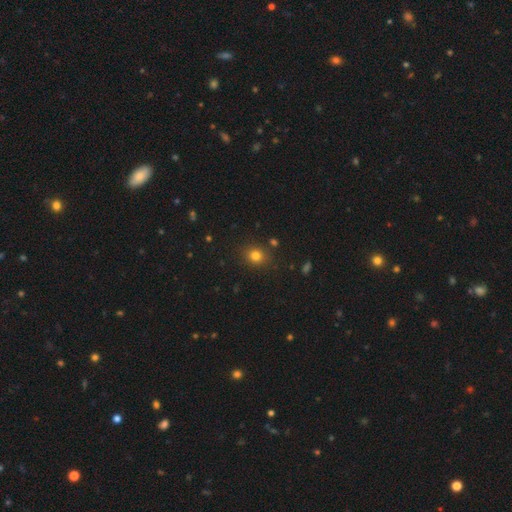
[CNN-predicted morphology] This is likely a smooth galaxy (79%). How rounded: likely round (74%). Merging: clearly none (86%).